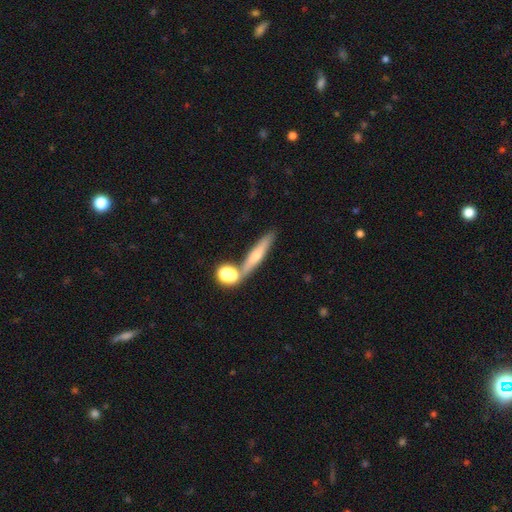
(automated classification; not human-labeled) Smooth or featured? Predicted: smooth (p=0.53). How rounded? Predicted: cigar-shaped (p=0.80). Merging? Predicted: none (p=0.68).